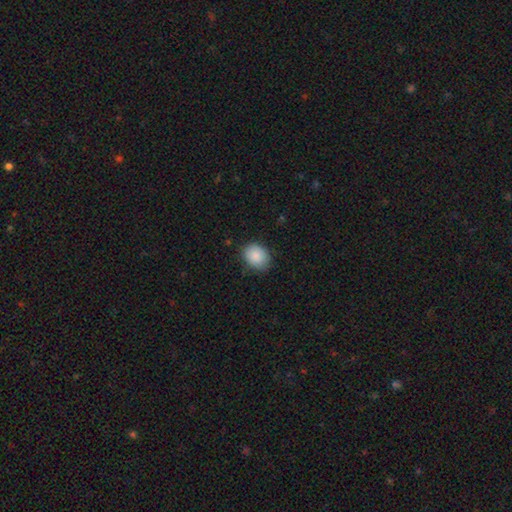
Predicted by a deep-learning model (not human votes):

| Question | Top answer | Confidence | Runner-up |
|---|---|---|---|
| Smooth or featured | smooth | 88% | star or artifact (8%) |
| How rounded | round | 51% | in between (48%) |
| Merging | none | 81% | minor disturbance (15%) |